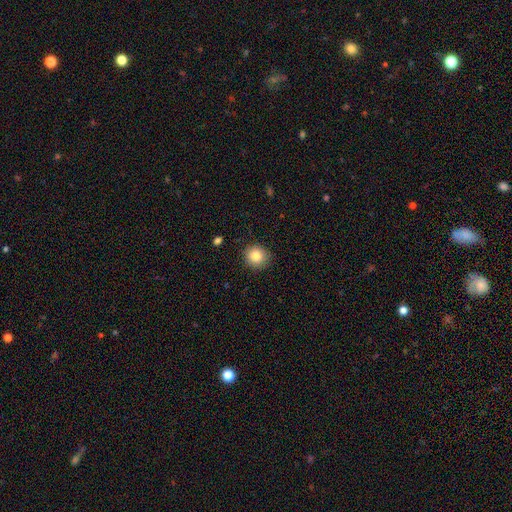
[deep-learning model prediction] Smooth or featured: smooth — 86% (star or artifact — 9%)
How rounded: round — 90% (in between — 9%)
Merging: none — 88% (minor disturbance — 8%)